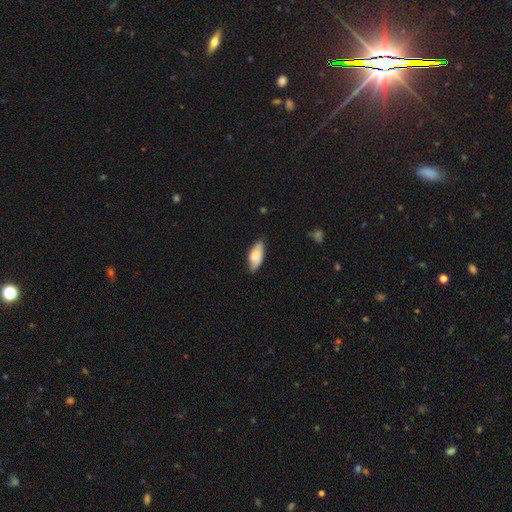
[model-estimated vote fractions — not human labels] Overall: smooth (67%). How rounded: in between (87%). Merging: none (74%).